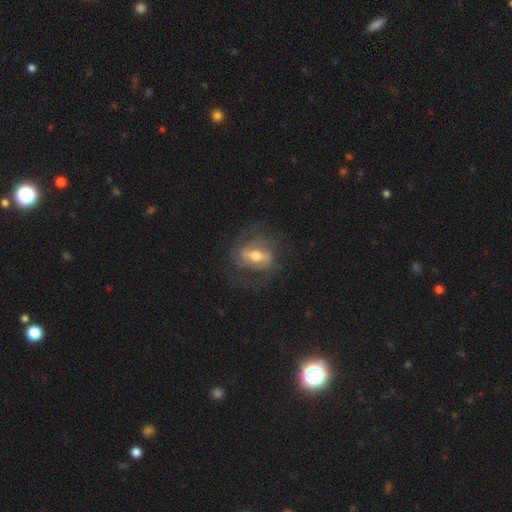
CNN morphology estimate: type=featured or disk (80%); edge-on=no (96%); bar=weak (42%); spiral arms=yes (89%); winding=medium (47%); arm count=2 (70%); bulge=moderate (70%); merging=none (69%).